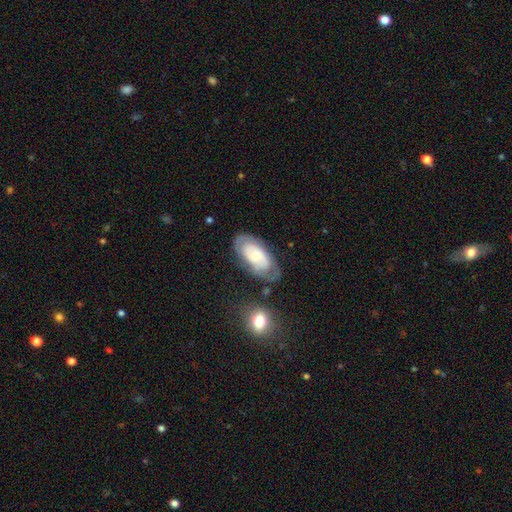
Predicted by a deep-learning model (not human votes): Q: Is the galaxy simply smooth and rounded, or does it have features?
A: featured or disk — 58%.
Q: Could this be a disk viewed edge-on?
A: no — 93%.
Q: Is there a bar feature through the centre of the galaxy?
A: no — 78%.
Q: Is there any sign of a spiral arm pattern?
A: yes — 67%.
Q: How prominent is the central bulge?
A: small — 56%.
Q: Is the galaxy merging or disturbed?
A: none — 61%.